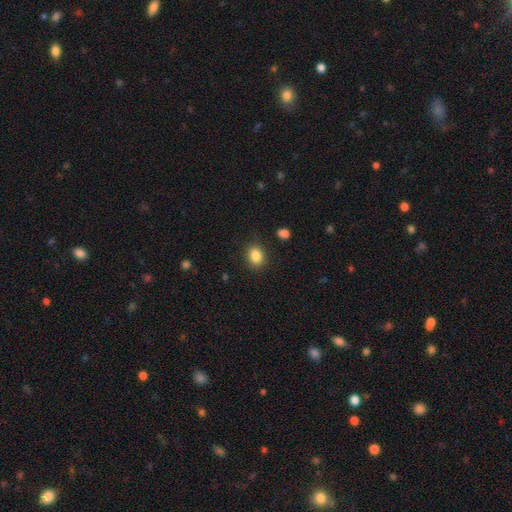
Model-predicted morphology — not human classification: smooth-or-featured: smooth: 86% | star or artifact: 9% | featured or disk: 4%
  how-rounded: round: 50% | in between: 49% | cigar-shaped: 1%
  merging: none: 87% | minor disturbance: 9% | major disturbance: 3% | merger: 2%